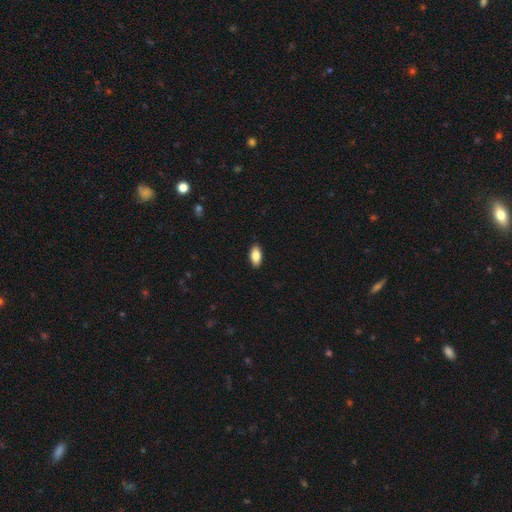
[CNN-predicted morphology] Overall: smooth (84%). How rounded: in between (91%). Merging: none (90%).